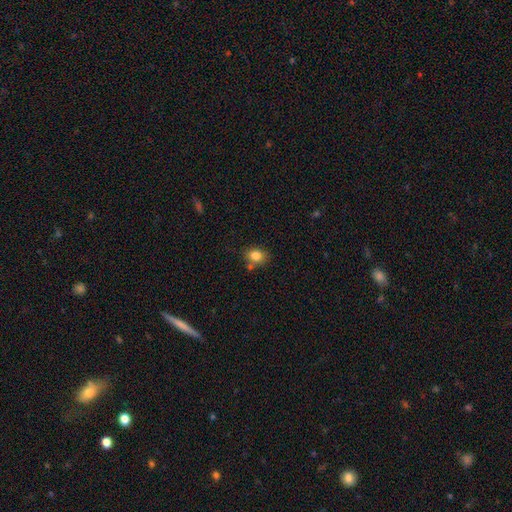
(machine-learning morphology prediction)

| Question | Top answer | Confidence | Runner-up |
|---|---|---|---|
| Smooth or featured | smooth | 83% | star or artifact (10%) |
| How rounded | round | 50% | in between (49%) |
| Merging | none | 68% | minor disturbance (15%) |